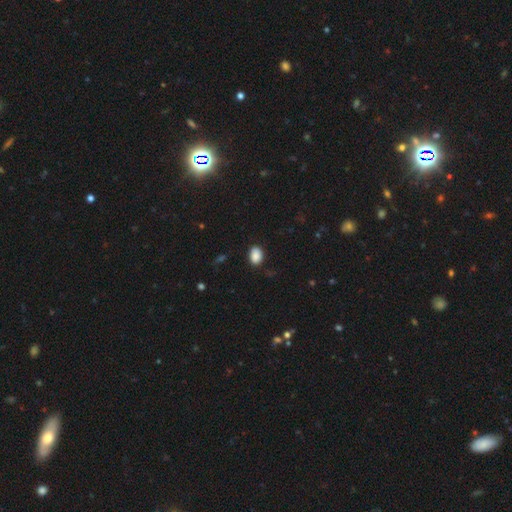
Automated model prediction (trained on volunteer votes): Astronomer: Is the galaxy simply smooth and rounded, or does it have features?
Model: smooth — 89%.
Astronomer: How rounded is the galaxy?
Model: in between — 82%.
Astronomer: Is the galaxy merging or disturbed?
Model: none — 84%.